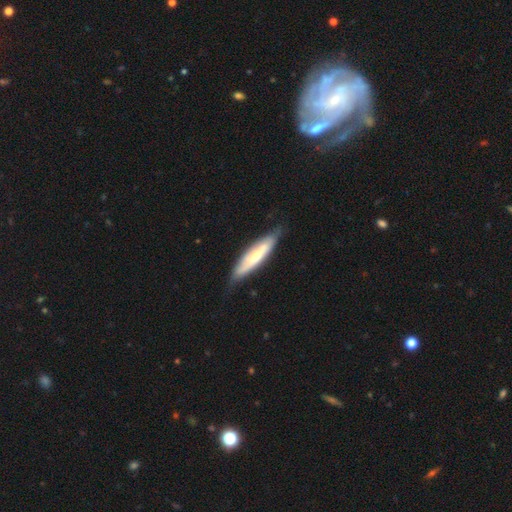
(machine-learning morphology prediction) type=smooth (50%); merging=none (75%).